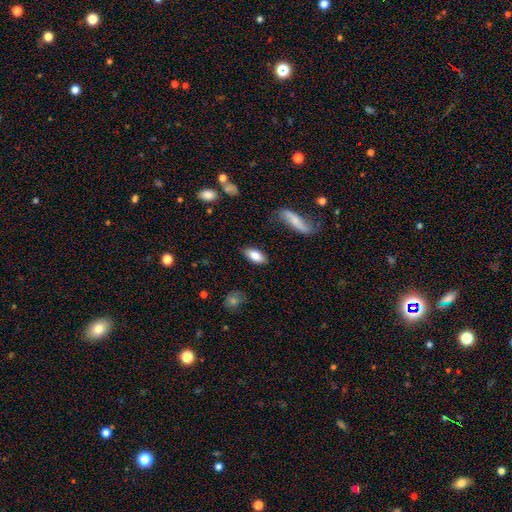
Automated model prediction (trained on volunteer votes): This appears to be a smooth galaxy with no disk features (79%) that is in between round and cigar-shaped (86%). Merging: none (83%).